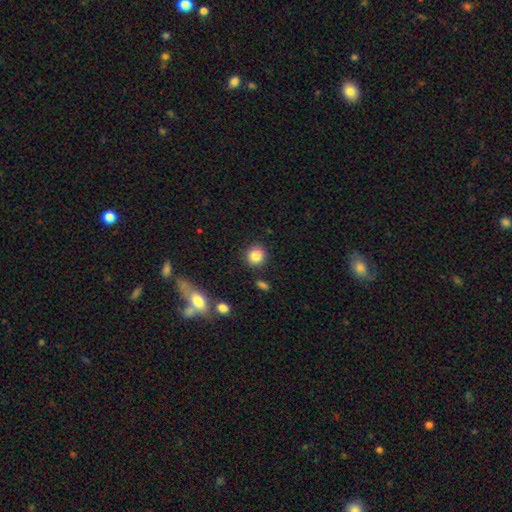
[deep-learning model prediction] Smooth or featured: smooth — 85% (star or artifact — 10%)
How rounded: round — 87% (in between — 12%)
Merging: none — 87% (minor disturbance — 7%)